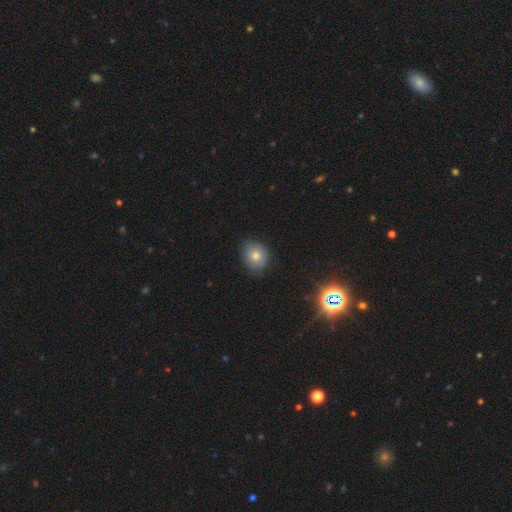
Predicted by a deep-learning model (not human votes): A smooth galaxy with no disk features (76%) that is round (64%). Merging: none (78%).